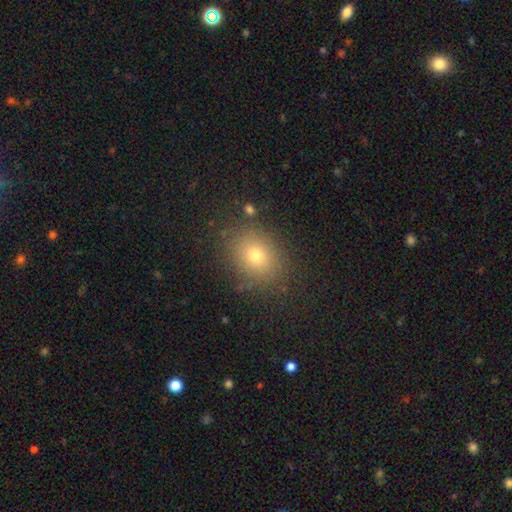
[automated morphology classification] This is likely a smooth galaxy (74%). How rounded: possibly round (50%). Merging: clearly none (83%).